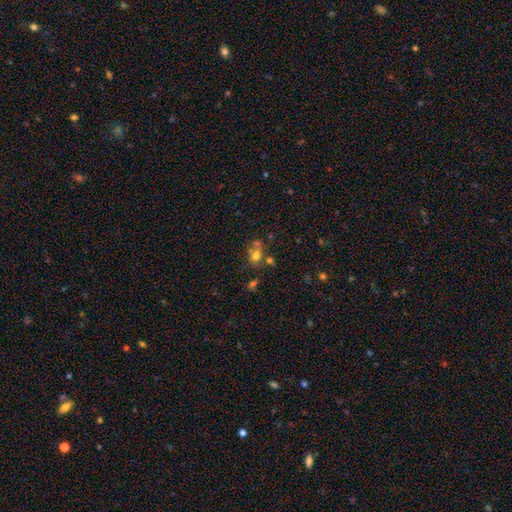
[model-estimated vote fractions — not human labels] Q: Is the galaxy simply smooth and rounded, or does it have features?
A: smooth — 60%.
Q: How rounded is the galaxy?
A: round — 65%.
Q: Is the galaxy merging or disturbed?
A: merger — 44%.